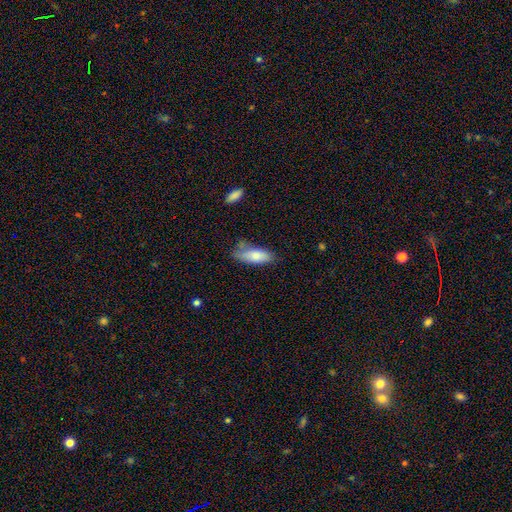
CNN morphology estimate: Q: Smooth or featured?
A: smooth (79%); runner-up: featured or disk (15%)
Q: How rounded?
A: in between (74%); runner-up: cigar-shaped (24%)
Q: Merging?
A: none (57%); runner-up: minor disturbance (29%)